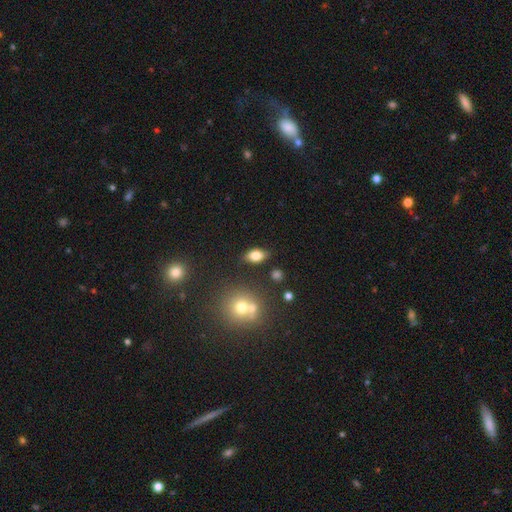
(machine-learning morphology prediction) smooth 76%, featured or disk 14%, star or artifact 10%. Down the decision tree: how rounded — in between (87%); merging — none (80%).